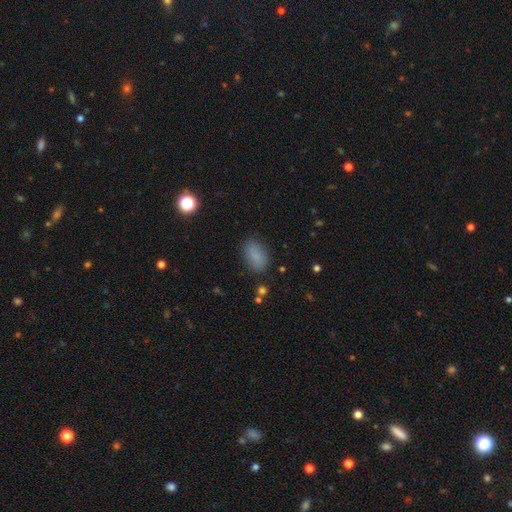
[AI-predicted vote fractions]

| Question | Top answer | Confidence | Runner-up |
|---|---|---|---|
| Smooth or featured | smooth | 85% | star or artifact (10%) |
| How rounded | in between | 90% | round (5%) |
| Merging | none | 83% | minor disturbance (12%) |